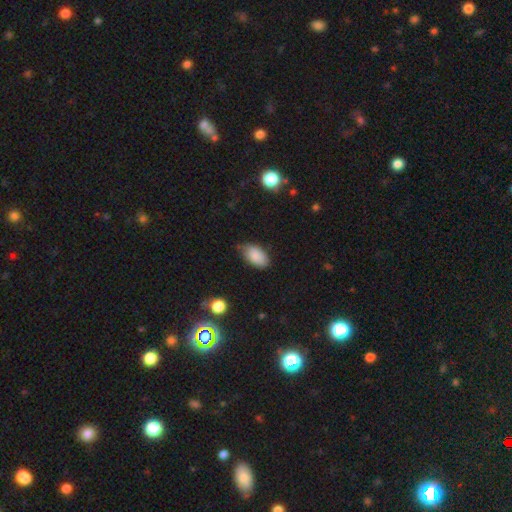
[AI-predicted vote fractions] Overall: smooth (87%). How rounded: in between (94%). Merging: none (69%).